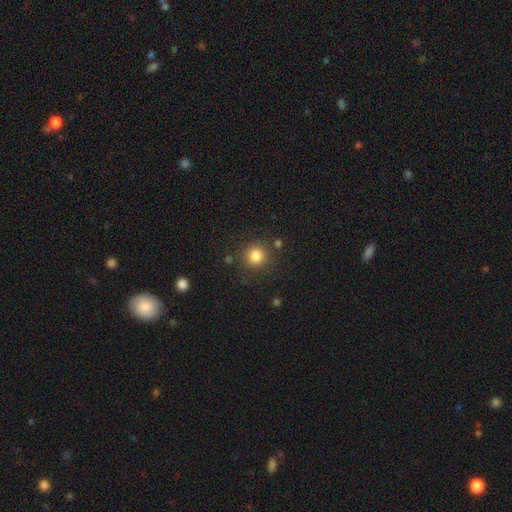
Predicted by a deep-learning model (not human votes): This is clearly a smooth galaxy (83%). How rounded: clearly round (93%). Merging: clearly none (85%).